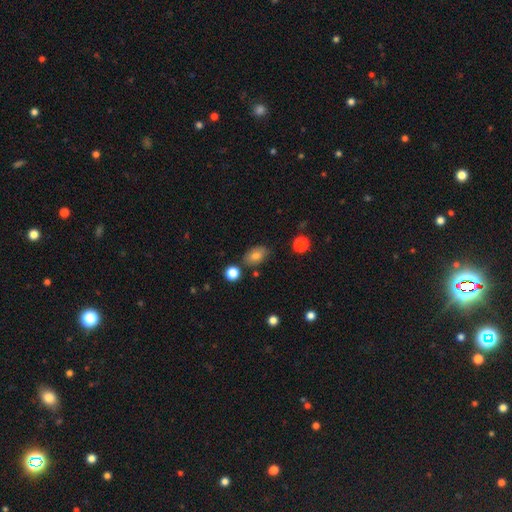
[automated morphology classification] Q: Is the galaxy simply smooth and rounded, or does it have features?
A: smooth — 80%.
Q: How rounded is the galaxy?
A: in between — 85%.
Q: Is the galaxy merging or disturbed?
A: none — 78%.